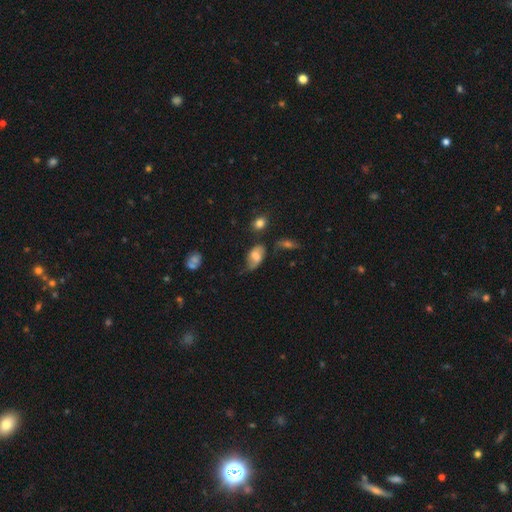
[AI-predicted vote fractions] smooth_or_featured: smooth (p=0.51) [alt: featured or disk p=0.40]
how_rounded: in between (p=0.89) [alt: round p=0.08]
merging: none (p=0.50) [alt: minor disturbance p=0.30]